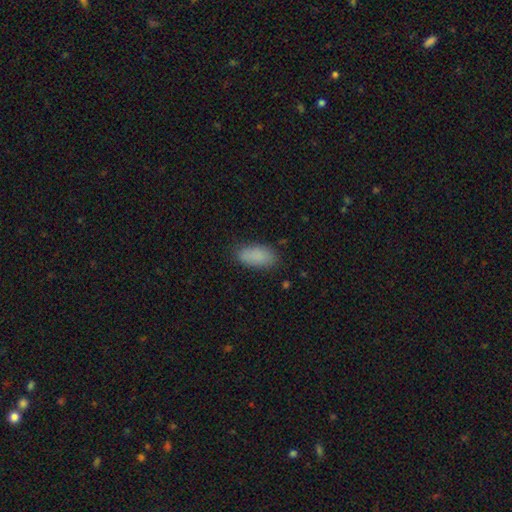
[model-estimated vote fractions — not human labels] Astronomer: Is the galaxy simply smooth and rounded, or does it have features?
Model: smooth — 88%.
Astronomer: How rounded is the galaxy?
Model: in between — 90%.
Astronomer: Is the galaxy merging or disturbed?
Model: none — 81%.